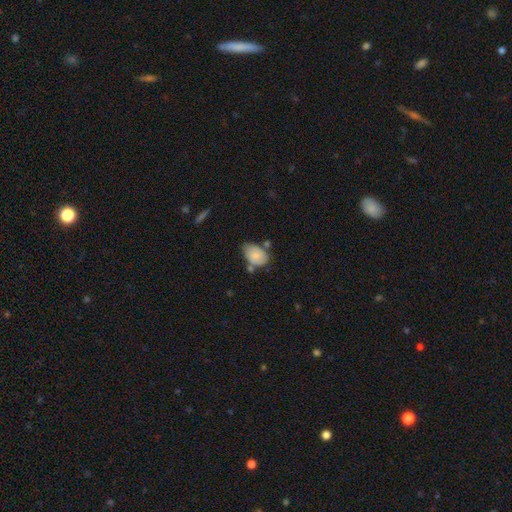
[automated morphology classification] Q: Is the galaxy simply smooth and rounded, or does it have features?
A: smooth — 73%.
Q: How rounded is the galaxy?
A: in between — 85%.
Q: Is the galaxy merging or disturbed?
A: none — 47%.